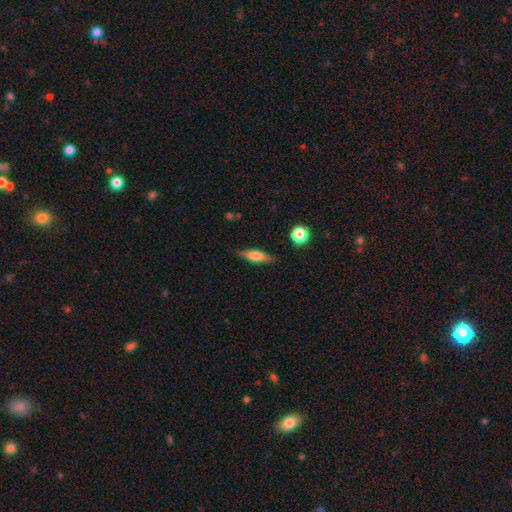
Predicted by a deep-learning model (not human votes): smooth_or_featured: smooth (p=0.68) [alt: featured or disk p=0.25]
how_rounded: in between (p=0.52) [alt: cigar-shaped p=0.44]
merging: none (p=0.82) [alt: minor disturbance p=0.13]